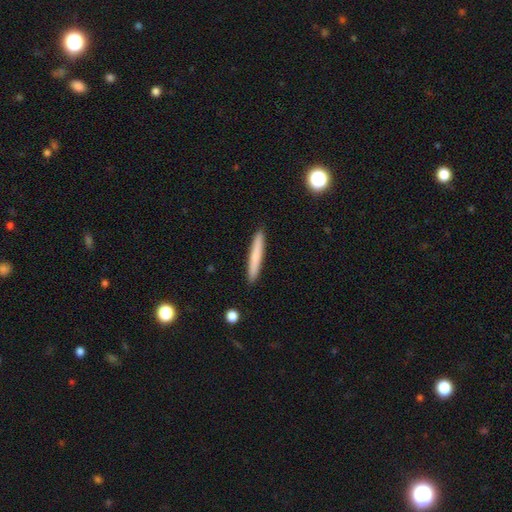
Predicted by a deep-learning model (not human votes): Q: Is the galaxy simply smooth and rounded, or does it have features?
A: smooth — 72%.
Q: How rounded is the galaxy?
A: cigar-shaped — 96%.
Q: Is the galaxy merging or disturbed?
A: none — 92%.